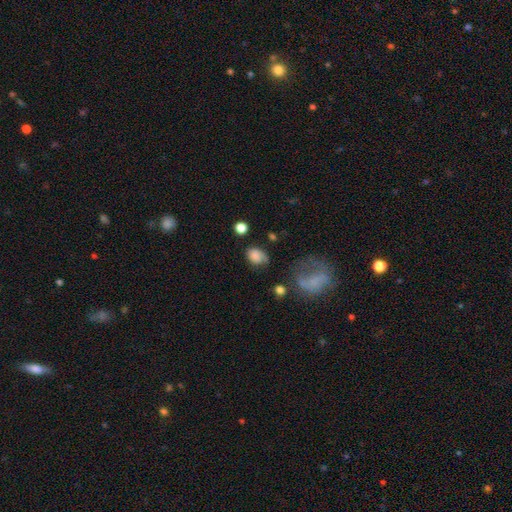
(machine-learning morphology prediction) type=smooth (75%); roundness=in between (69%); merging=none (52%).